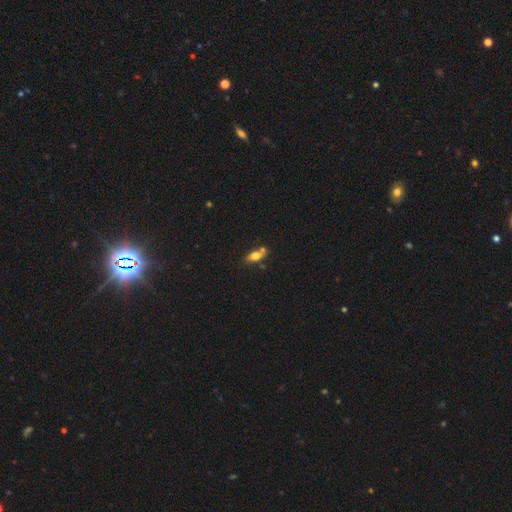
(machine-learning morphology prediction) Q: Smooth or featured?
A: smooth (64%); runner-up: featured or disk (27%)
Q: How rounded?
A: in between (76%); runner-up: cigar-shaped (18%)
Q: Merging?
A: none (58%); runner-up: merger (20%)